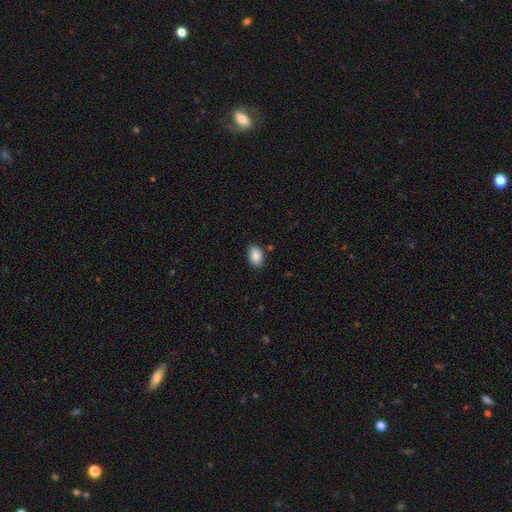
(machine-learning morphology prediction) Smooth or featured?
  - smooth: 87% *
  - star or artifact: 7%
  - featured or disk: 5%
How rounded?
  - in between: 86% *
  - round: 12%
  - cigar-shaped: 1%
Merging?
  - none: 83% *
  - minor disturbance: 13%
  - major disturbance: 3%
  - merger: 2%